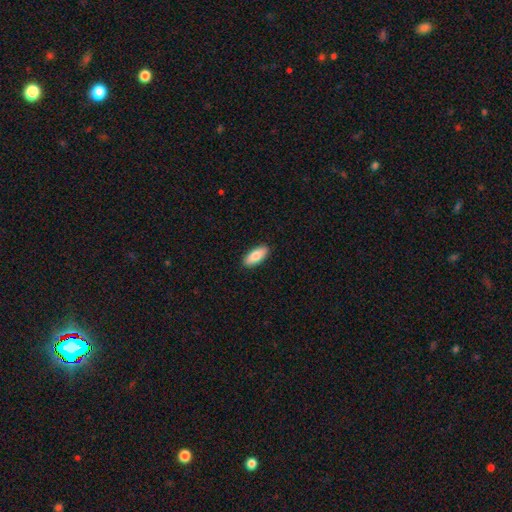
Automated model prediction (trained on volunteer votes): The model was most divided on "how rounded": in between: 79%, cigar-shaped: 19%, round: 2%. More confident: merging — none (90%); smooth or featured — smooth (83%).